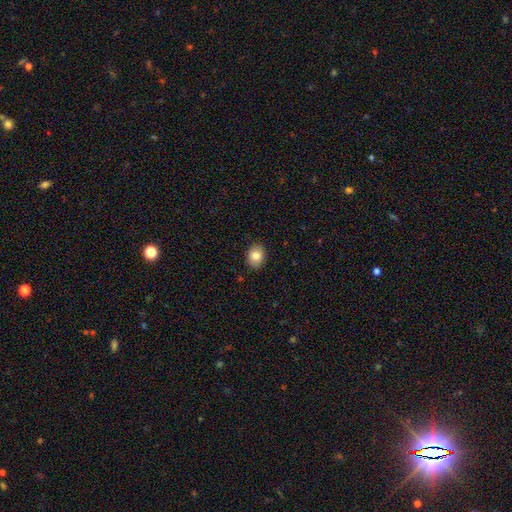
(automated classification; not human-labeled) A smooth galaxy with no disk features (84%) that is in between round and cigar-shaped (55%).

Vote fractions:
- Smooth or featured? smooth: 84% / star or artifact: 9% / featured or disk: 8%
- How rounded? in between: 55% / round: 45% / cigar-shaped: 1%
- Merging? none: 89% / minor disturbance: 8% / major disturbance: 2% / merger: 1%